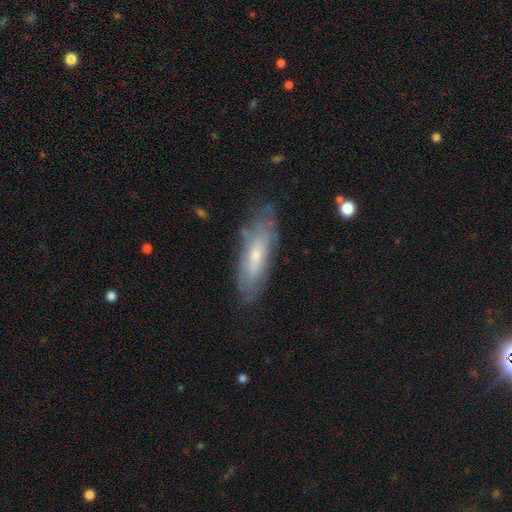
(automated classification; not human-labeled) Smooth or featured? smooth (47%)
Merging? none (73%)